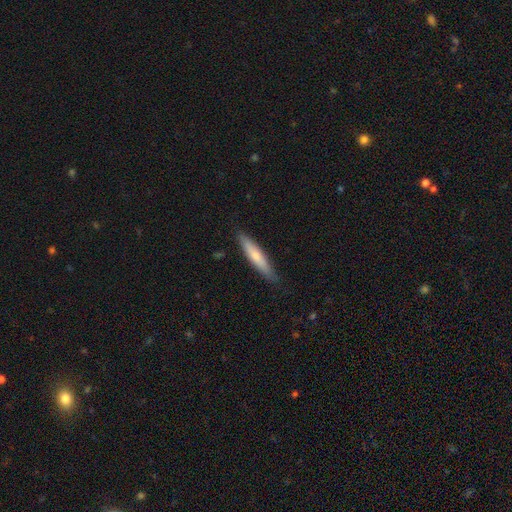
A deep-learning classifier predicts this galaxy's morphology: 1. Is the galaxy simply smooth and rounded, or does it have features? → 67% smooth, 28% featured or disk, 5% star or artifact.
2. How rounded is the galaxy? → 87% cigar-shaped, 11% in between, 1% round.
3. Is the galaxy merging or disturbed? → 87% none, 10% minor disturbance, 2% major disturbance, 1% merger.